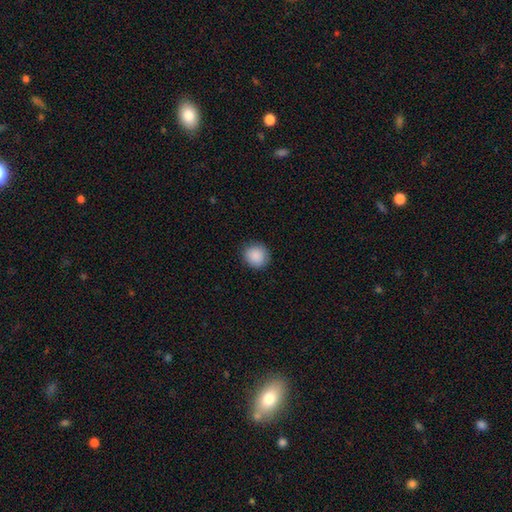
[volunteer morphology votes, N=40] Smooth or featured? smooth (90%)
How rounded? round (100%)
Merging? none (78%)